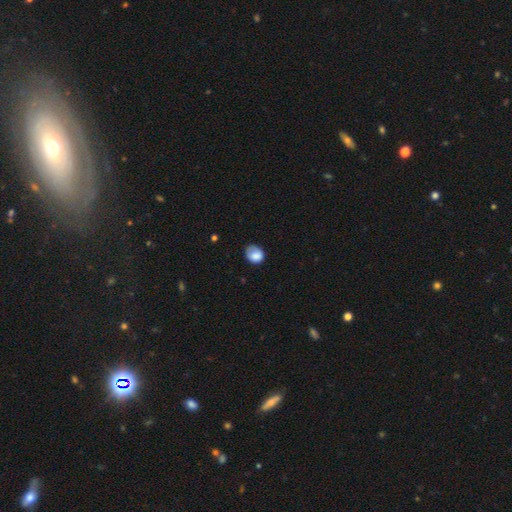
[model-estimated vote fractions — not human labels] Smooth or featured?
  - smooth: 80% *
  - featured or disk: 12%
  - star or artifact: 8%
How rounded?
  - round: 56% *
  - in between: 43%
  - cigar-shaped: 1%
Merging?
  - none: 51% *
  - minor disturbance: 32%
  - major disturbance: 14%
  - merger: 2%